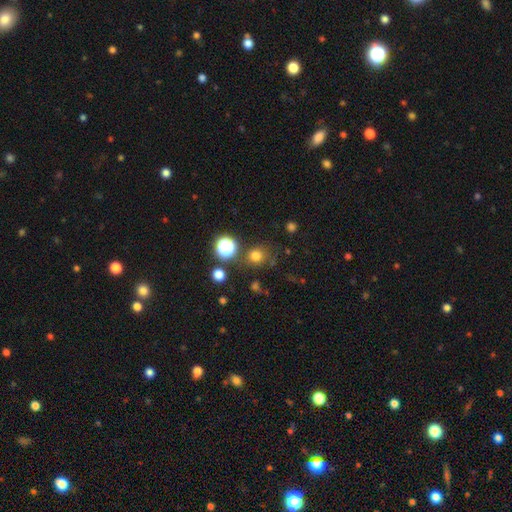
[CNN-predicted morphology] Smooth or featured? Predicted: smooth (p=0.72). How rounded? Predicted: round (p=0.88). Merging? Predicted: none (p=0.78).